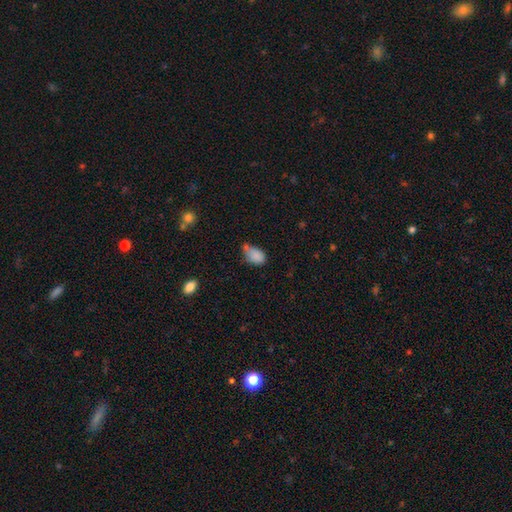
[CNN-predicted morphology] smooth 83%, star or artifact 9%, featured or disk 7%. Down the decision tree: how rounded — in between (85%); merging — none (38%).